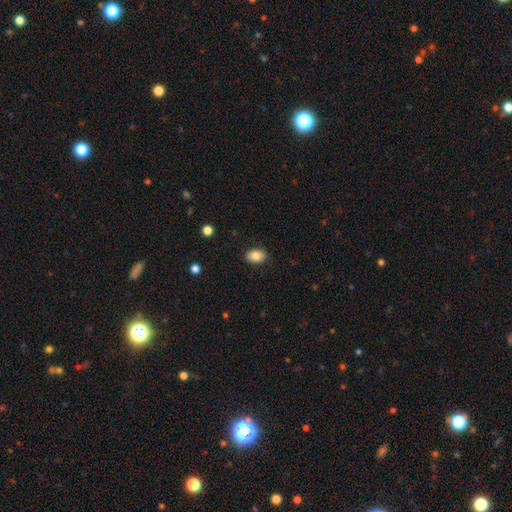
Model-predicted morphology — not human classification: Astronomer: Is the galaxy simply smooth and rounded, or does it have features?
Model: smooth — 82%.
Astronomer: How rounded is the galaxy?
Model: in between — 80%.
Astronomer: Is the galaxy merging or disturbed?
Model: none — 87%.